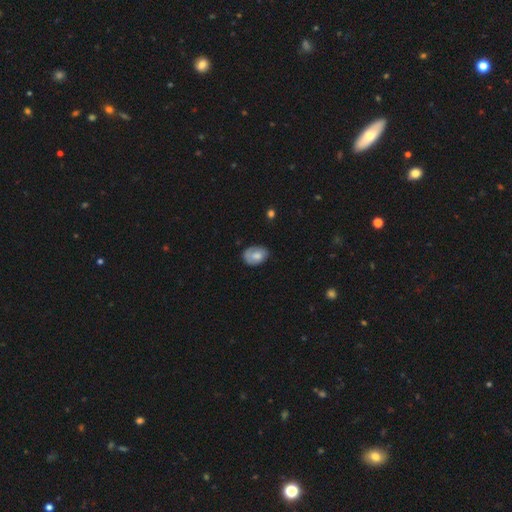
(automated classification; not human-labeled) smooth-or-featured: smooth: 69% | featured or disk: 24% | star or artifact: 7%
  how-rounded: in between: 75% | round: 24% | cigar-shaped: 1%
  merging: none: 58% | minor disturbance: 30% | major disturbance: 9% | merger: 2%